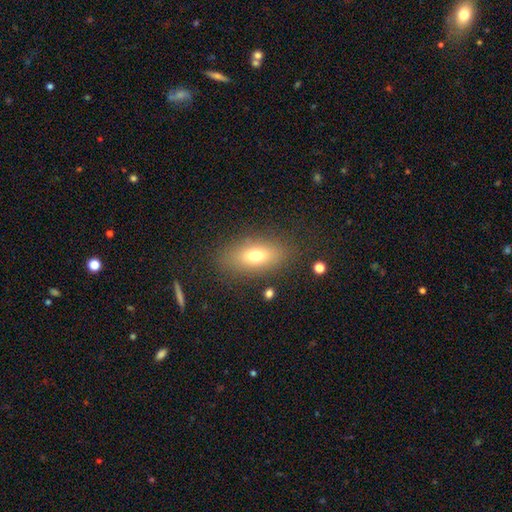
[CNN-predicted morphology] smooth_or_featured: smooth (p=0.71) [alt: featured or disk p=0.18]
how_rounded: in between (p=0.83) [alt: round p=0.09]
merging: none (p=0.82) [alt: minor disturbance p=0.11]